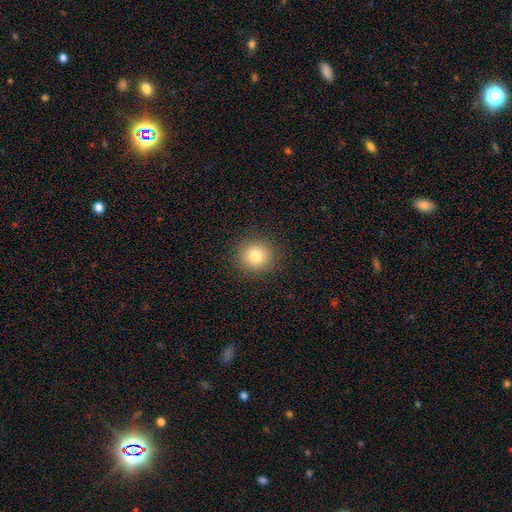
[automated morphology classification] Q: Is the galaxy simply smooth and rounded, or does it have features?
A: smooth — 83%.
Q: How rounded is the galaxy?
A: round — 91%.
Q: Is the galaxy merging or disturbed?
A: none — 91%.